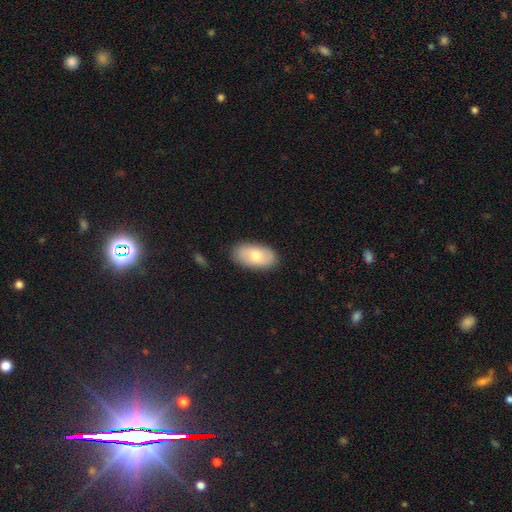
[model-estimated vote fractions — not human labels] Smooth or featured? Predicted: smooth (p=0.68). How rounded? Predicted: in between (p=0.94). Merging? Predicted: none (p=0.85).